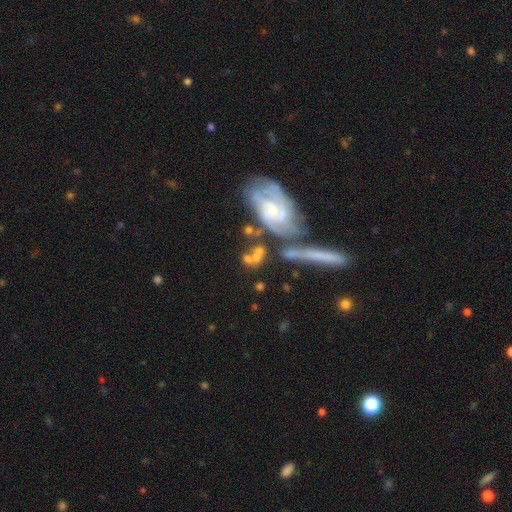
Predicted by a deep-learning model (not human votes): Smooth or featured? smooth (47%)
Merging? merger (39%)